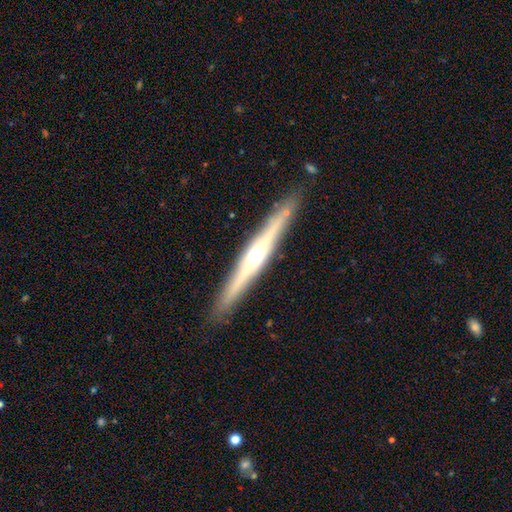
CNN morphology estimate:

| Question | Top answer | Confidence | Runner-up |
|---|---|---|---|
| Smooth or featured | featured or disk | 76% | smooth (18%) |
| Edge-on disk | yes | 97% | no (3%) |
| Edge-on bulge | rounded | 82% | none (9%) |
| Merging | none | 88% | minor disturbance (9%) |